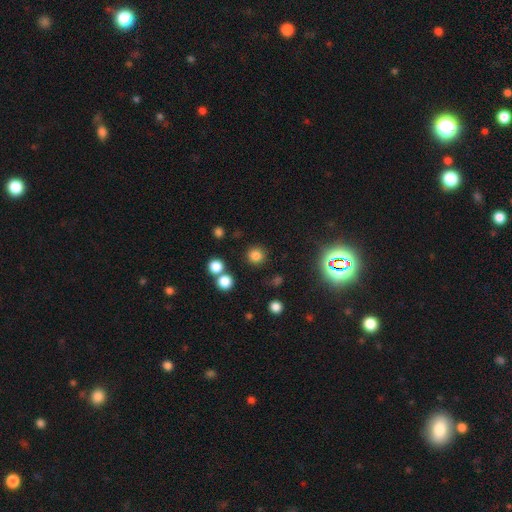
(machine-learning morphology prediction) Q: Smooth or featured?
A: smooth (77%); runner-up: star or artifact (17%)
Q: How rounded?
A: round (92%); runner-up: in between (7%)
Q: Merging?
A: none (85%); runner-up: minor disturbance (7%)